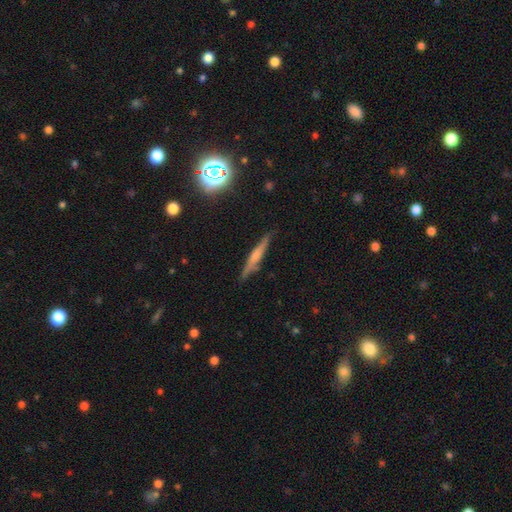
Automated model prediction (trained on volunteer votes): The model was most divided on "smooth or featured": featured or disk: 50%, smooth: 41%, star or artifact: 9%. More confident: merging — none (85%).